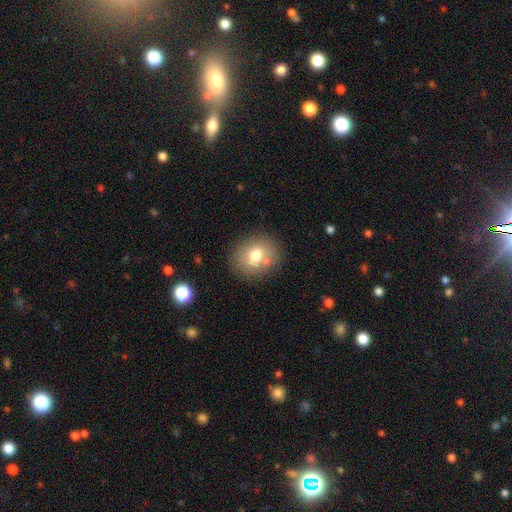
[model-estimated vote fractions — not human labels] Smooth or featured: smooth — 73% (featured or disk — 17%)
How rounded: round — 63% (in between — 36%)
Merging: none — 78% (minor disturbance — 12%)